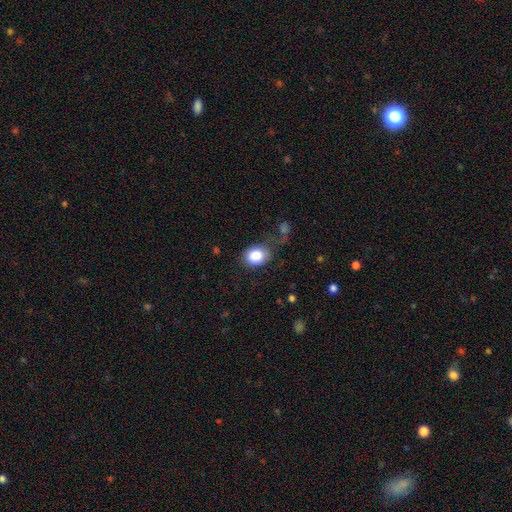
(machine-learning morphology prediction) Smooth or featured? smooth (86%)
How rounded? round (51%)
Merging? none (57%)